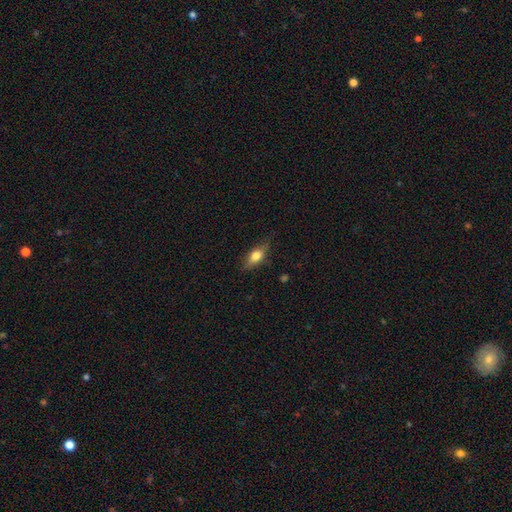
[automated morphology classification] smooth_or_featured: smooth (p=0.66) [alt: featured or disk p=0.27]
how_rounded: in between (p=0.71) [alt: cigar-shaped p=0.23]
merging: none (p=0.76) [alt: minor disturbance p=0.19]